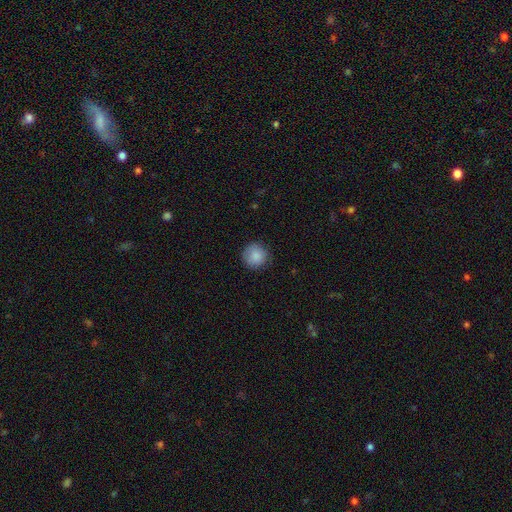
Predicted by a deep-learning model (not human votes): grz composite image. It shows a smooth galaxy with no disk features (87%) that is round (94%). Merging: none (84%).